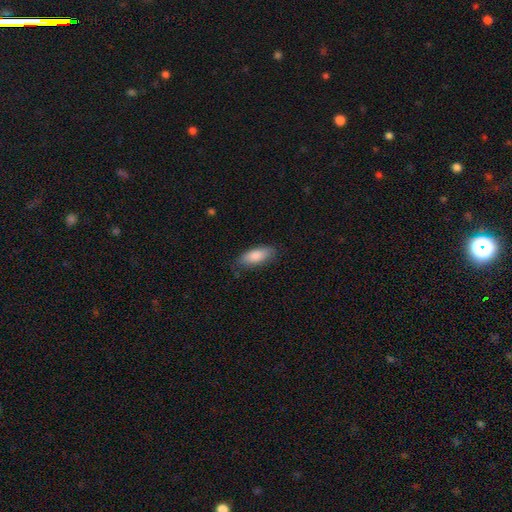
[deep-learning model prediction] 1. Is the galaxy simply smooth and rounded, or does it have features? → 86% smooth, 9% featured or disk, 6% star or artifact.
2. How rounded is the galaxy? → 79% in between, 19% cigar-shaped, 2% round.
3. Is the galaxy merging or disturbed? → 78% none, 17% minor disturbance, 4% major disturbance, 1% merger.